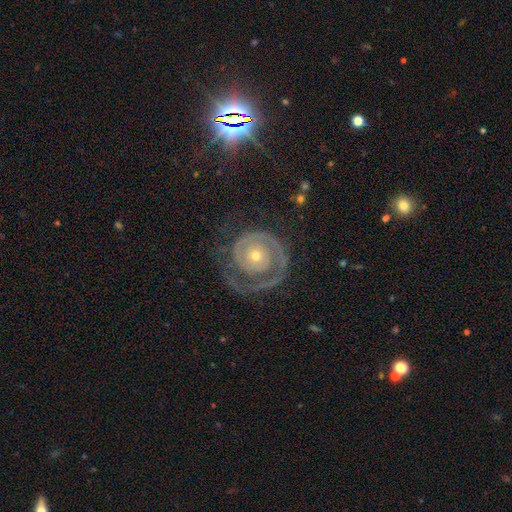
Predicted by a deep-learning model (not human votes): A featured or disk galaxy (85%) with no bar (84%), 1 (50%) tight (77%) spiral arms (91%) and a small central bulge (63%).

Vote fractions:
- Smooth or featured? featured or disk: 85% / smooth: 9% / star or artifact: 6%
- Edge-on disk? no: 98% / yes: 2%
- Bar? no: 84% / weak: 12% / strong: 4%
- Spiral arms? yes: 91% / no: 9%
- Spiral winding? tight: 77% / medium: 18% / loose: 6%
- Spiral arm count? 1: 50% / 2: 24% / can't tell: 14% / 3: 7% / 4: 3% / more than 4: 3%
- Bulge size? small: 63% / moderate: 34% / large: 2% / none: 1% / dominant: 1%
- Merging? none: 64% / major disturbance: 17% / minor disturbance: 17% / merger: 2%